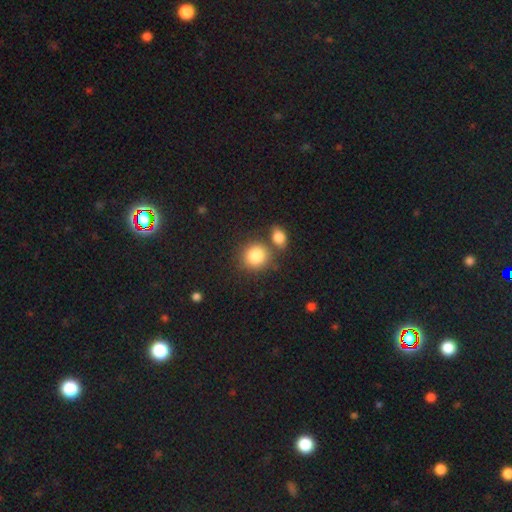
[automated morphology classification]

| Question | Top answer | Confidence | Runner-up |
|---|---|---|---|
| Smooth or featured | smooth | 84% | star or artifact (9%) |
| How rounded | round | 83% | in between (16%) |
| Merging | none | 64% | merger (23%) |